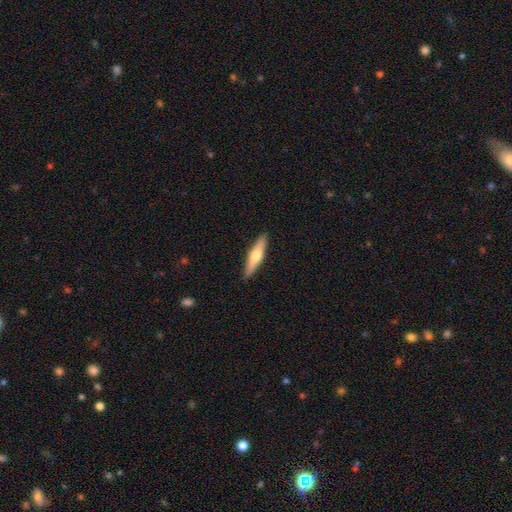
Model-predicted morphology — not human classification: This is possibly a smooth galaxy (51%). How rounded: likely cigar-shaped (80%). Merging: clearly none (90%).